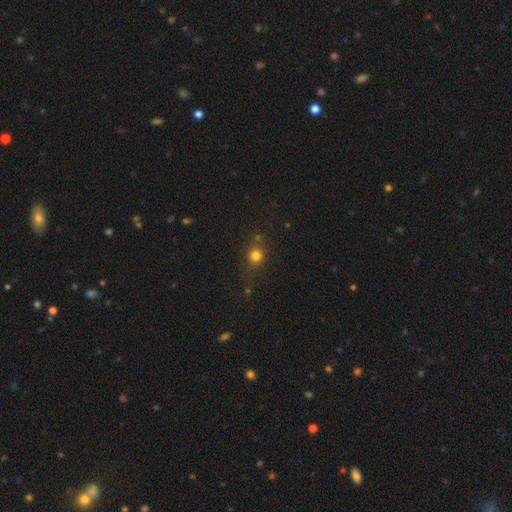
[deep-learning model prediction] This is likely a smooth galaxy (78%). How rounded: clearly round (86%). Merging: likely none (76%).